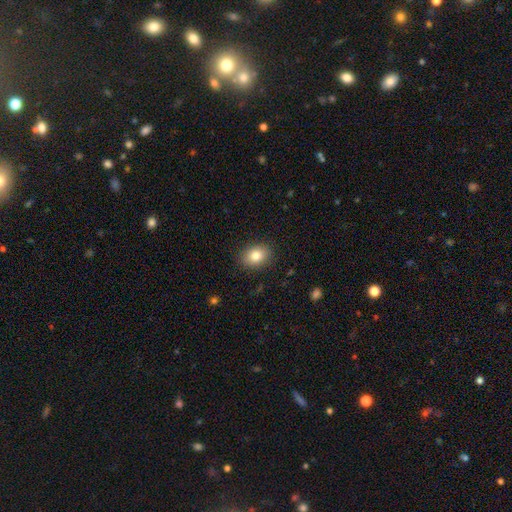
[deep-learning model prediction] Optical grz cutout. It shows a smooth galaxy with no disk features (84%) that is in between round and cigar-shaped (66%). Merging: none (88%).